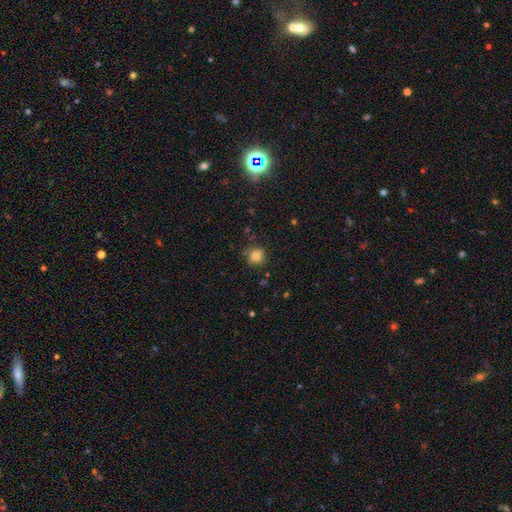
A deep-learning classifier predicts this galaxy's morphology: This is clearly a smooth galaxy (81%). How rounded: likely round (80%). Merging: likely none (75%).